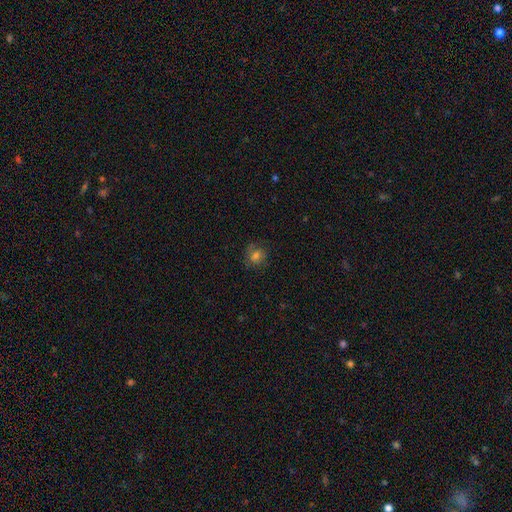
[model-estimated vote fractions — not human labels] Smooth or featured? smooth (66%)
How rounded? round (75%)
Merging? none (73%)